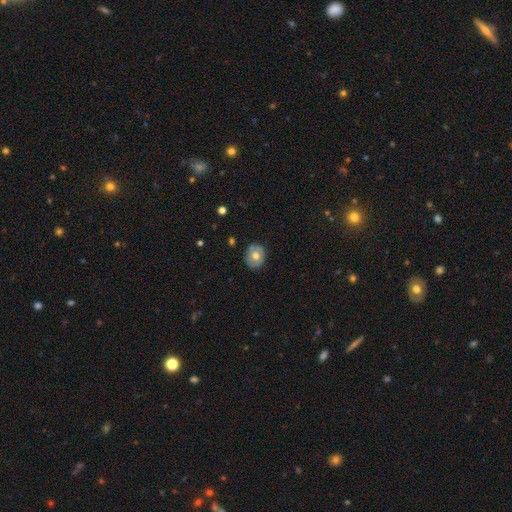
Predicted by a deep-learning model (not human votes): smooth_or_featured: smooth (p=0.58) [alt: featured or disk p=0.33]
how_rounded: round (p=0.71) [alt: in between p=0.28]
merging: none (p=0.81) [alt: minor disturbance p=0.14]